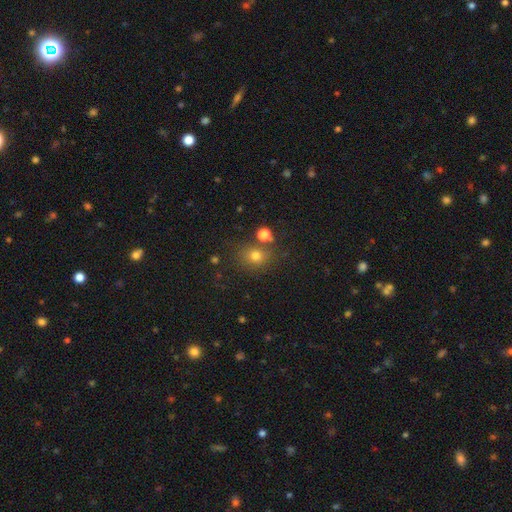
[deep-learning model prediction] This appears to be a smooth galaxy with no disk features (73%) that is round (71%). Merging: none (73%).